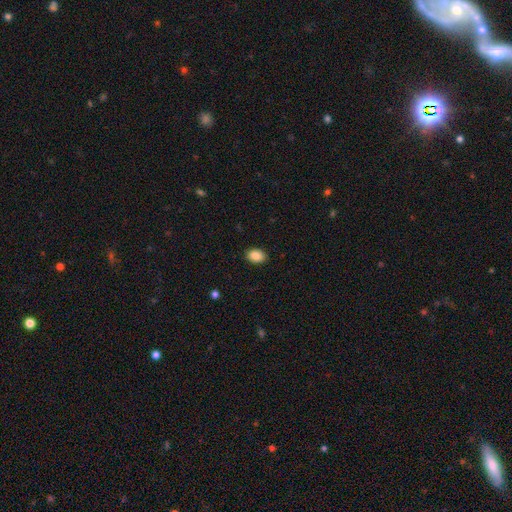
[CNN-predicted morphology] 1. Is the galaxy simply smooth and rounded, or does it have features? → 89% smooth, 8% star or artifact, 3% featured or disk.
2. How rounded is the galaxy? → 83% in between, 16% round, 1% cigar-shaped.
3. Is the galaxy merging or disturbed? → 89% none, 8% minor disturbance, 2% major disturbance, 1% merger.